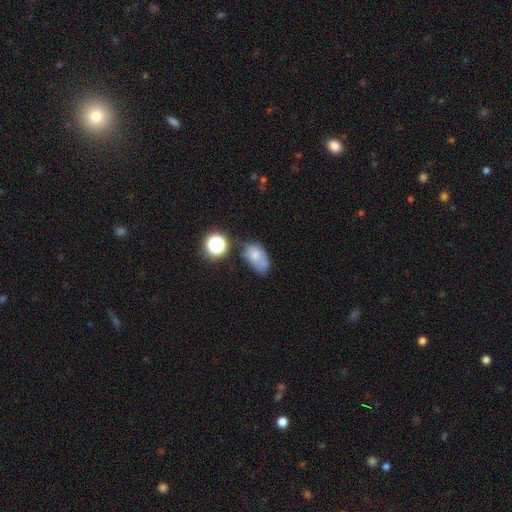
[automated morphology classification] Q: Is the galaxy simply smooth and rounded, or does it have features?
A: smooth — 66%.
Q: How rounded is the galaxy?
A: in between — 84%.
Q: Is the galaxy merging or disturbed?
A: none — 40%.